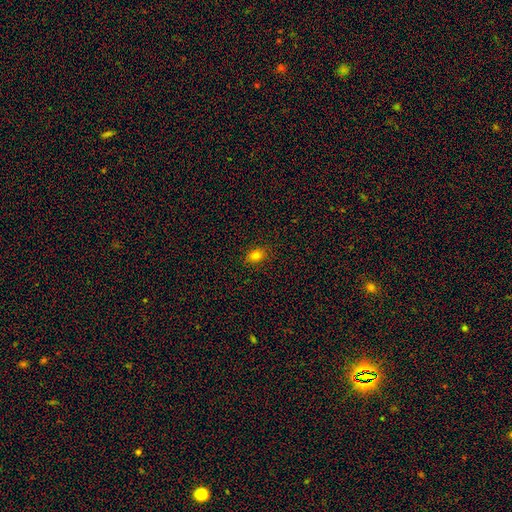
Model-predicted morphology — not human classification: This appears to be a smooth galaxy with no disk features (81%) that is in between round and cigar-shaped (68%). Merging: none (87%).